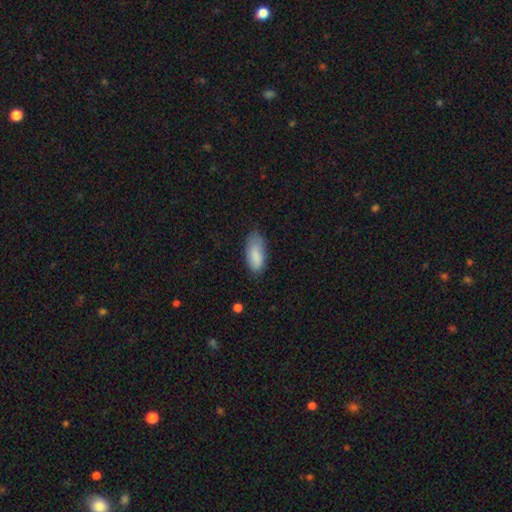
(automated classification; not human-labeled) smooth-or-featured: smooth: 86% | featured or disk: 7% | star or artifact: 6%
  how-rounded: in between: 88% | cigar-shaped: 10% | round: 2%
  merging: none: 65% | minor disturbance: 27% | major disturbance: 6% | merger: 1%